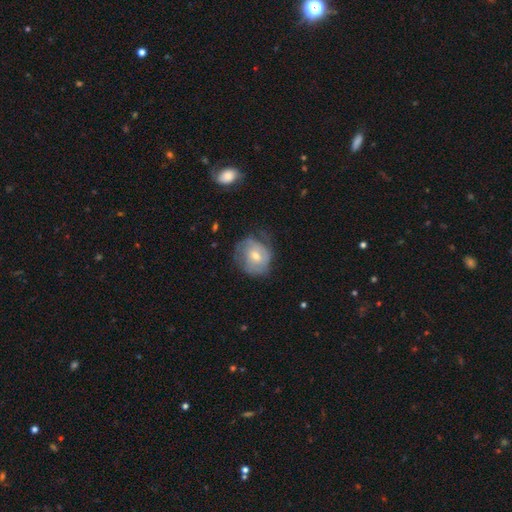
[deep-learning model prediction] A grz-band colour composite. It shows a featured or disk galaxy (55%) with no bar (70%), spiral arms (71%) and a moderate central bulge (55%). Merging: none (56%).